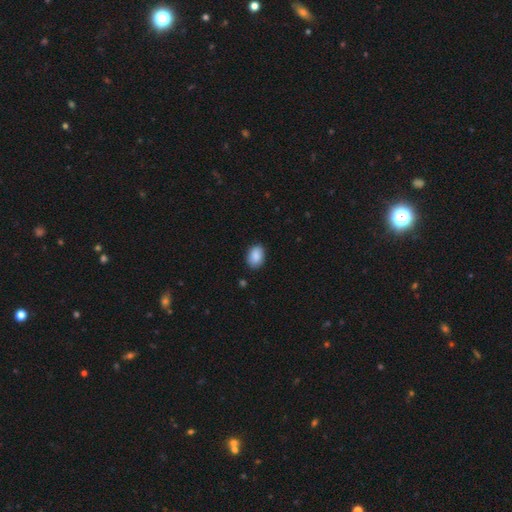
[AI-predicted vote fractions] Smooth or featured: smooth — 88% (star or artifact — 7%)
How rounded: in between — 81% (round — 18%)
Merging: none — 86% (minor disturbance — 11%)